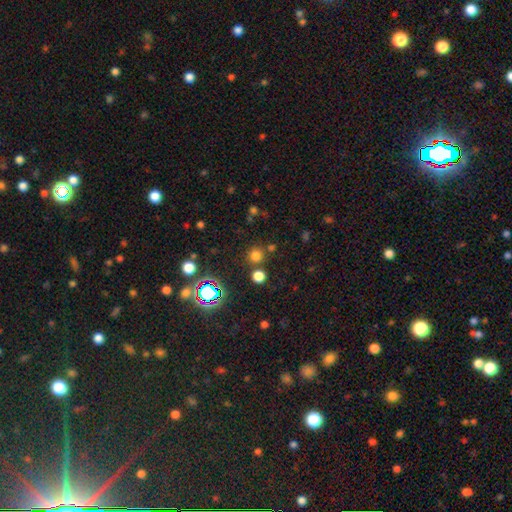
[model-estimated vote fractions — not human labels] Smooth or featured? Predicted: smooth (p=0.69). How rounded? Predicted: round (p=0.94). Merging? Predicted: none (p=0.80).